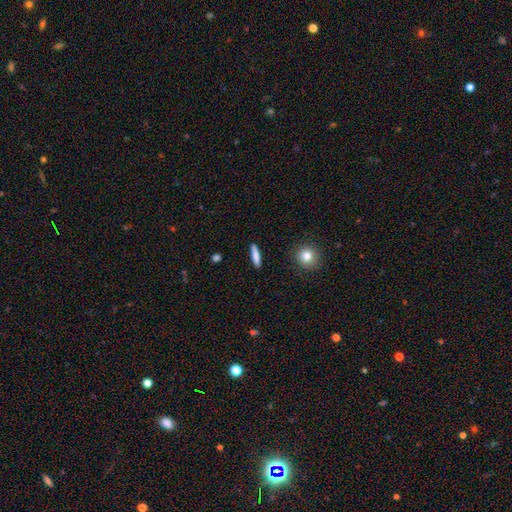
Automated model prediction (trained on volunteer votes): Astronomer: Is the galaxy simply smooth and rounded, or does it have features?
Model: smooth — 80%.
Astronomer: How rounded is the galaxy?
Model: cigar-shaped — 79%.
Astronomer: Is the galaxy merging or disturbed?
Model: none — 89%.